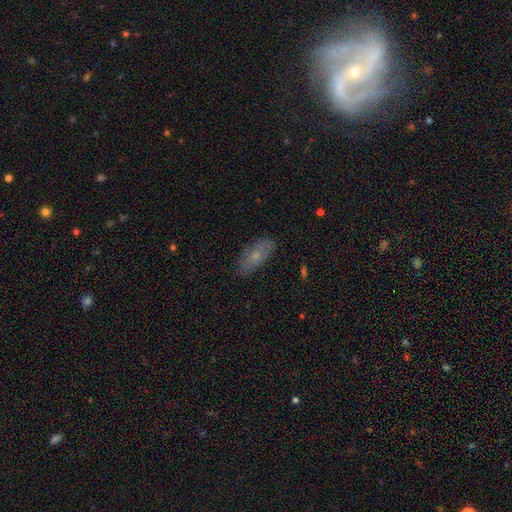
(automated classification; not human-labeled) Smooth or featured: smooth — 62% (featured or disk — 30%)
How rounded: in between — 80% (cigar-shaped — 16%)
Merging: none — 80% (minor disturbance — 16%)